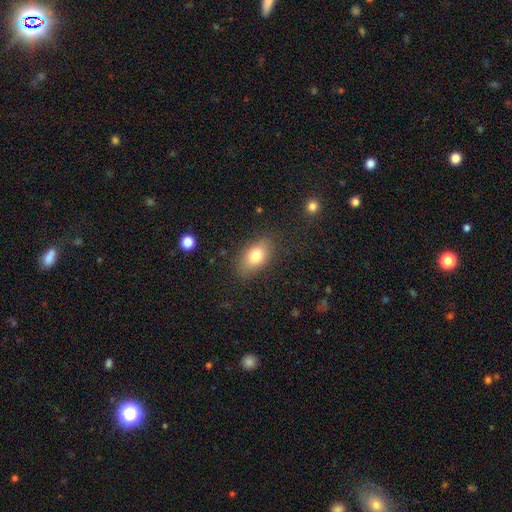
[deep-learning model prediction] The model was most divided on "smooth or featured": smooth: 77%, featured or disk: 14%, star or artifact: 9%. More confident: how rounded — in between (87%); merging — none (80%).